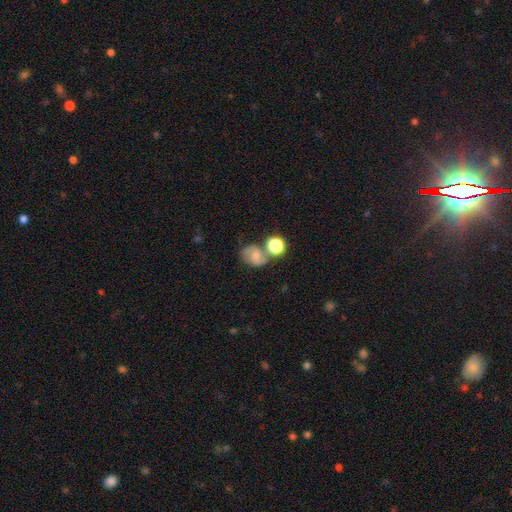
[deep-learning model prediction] smooth_or_featured: featured or disk (p=0.47) [alt: smooth p=0.40]
merging: none (p=0.52) [alt: merger p=0.23]